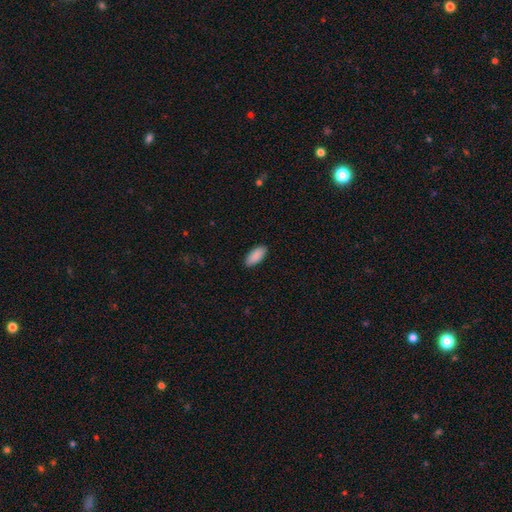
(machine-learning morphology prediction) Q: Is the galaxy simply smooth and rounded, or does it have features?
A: smooth — 91%.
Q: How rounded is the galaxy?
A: in between — 89%.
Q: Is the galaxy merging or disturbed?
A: none — 90%.